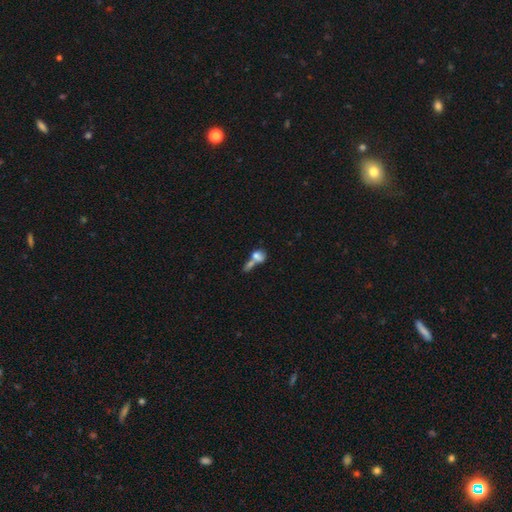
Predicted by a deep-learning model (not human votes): Morphology: type=smooth (71%); roundness=in between (57%); merging=merger (66%).